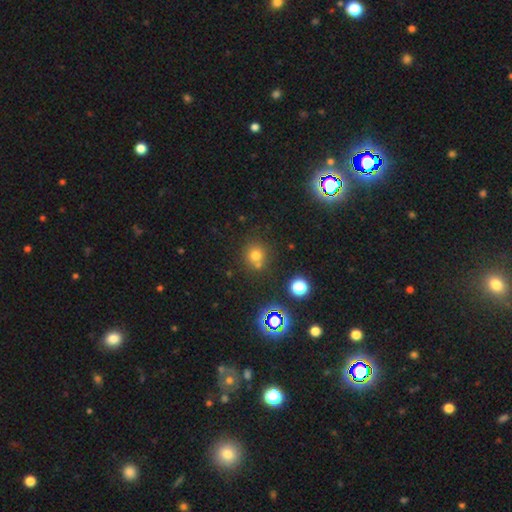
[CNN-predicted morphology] This is likely a smooth galaxy (68%). How rounded: clearly round (89%). Merging: likely none (66%).